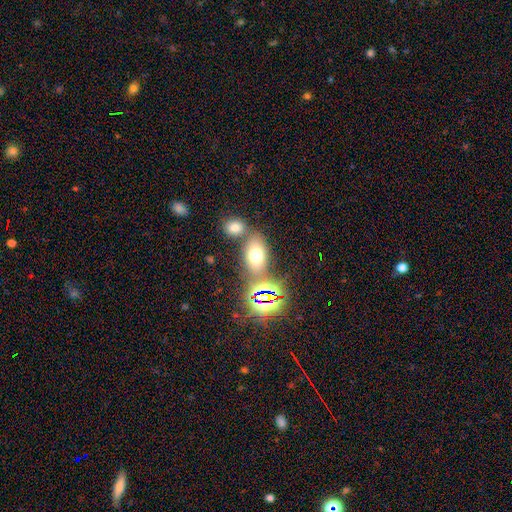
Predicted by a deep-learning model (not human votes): The model was most divided on "merging": none: 63%, merger: 21%, minor disturbance: 11%, major disturbance: 5%. More confident: how rounded — in between (81%); smooth or featured — smooth (64%).